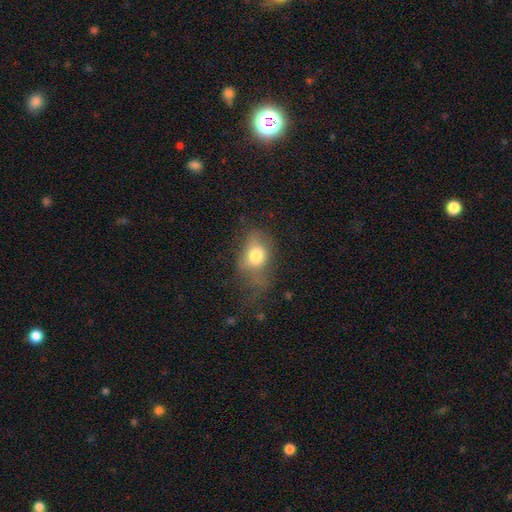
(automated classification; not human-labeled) Smooth or featured? Predicted: smooth (p=0.74). How rounded? Predicted: in between (p=0.71). Merging? Predicted: none (p=0.34, tied with major disturbance).